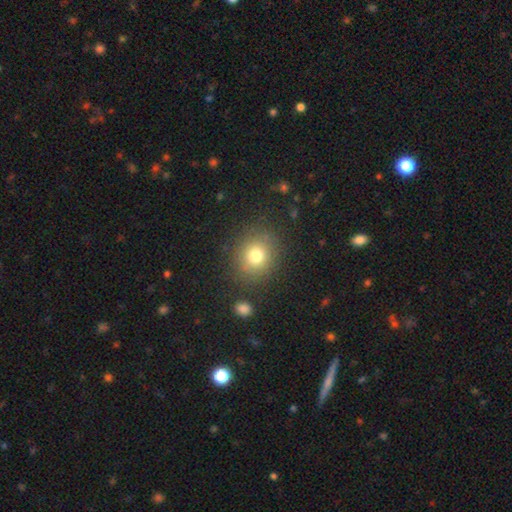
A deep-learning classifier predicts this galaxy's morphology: A smooth galaxy with no disk features (76%) that is round (77%).

Vote fractions:
- Smooth or featured? smooth: 76% / star or artifact: 14% / featured or disk: 10%
- How rounded? round: 77% / in between: 22% / cigar-shaped: 1%
- Merging? none: 84% / minor disturbance: 10% / major disturbance: 4% / merger: 3%